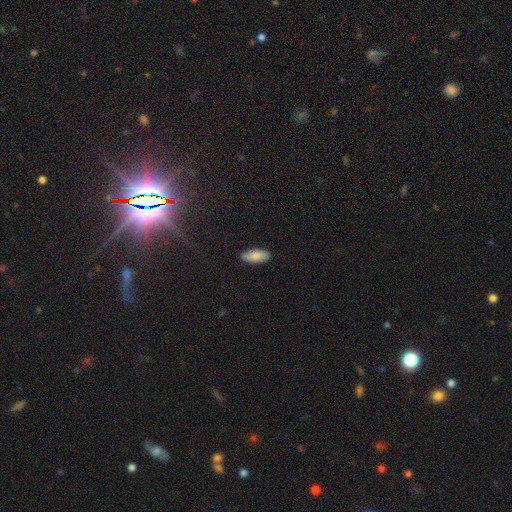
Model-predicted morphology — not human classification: Smooth or featured? Predicted: smooth (p=0.82). How rounded? Predicted: in between (p=0.79). Merging? Predicted: none (p=0.82).